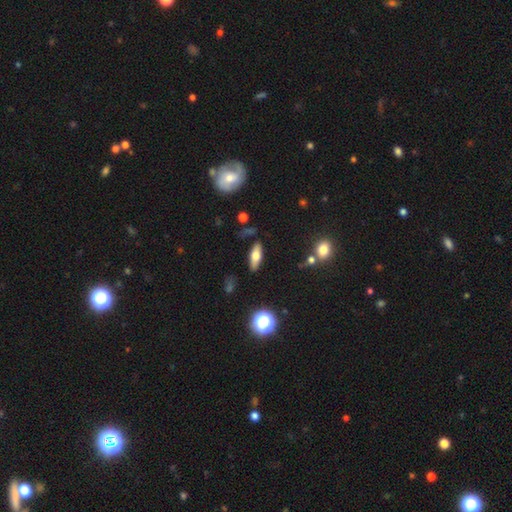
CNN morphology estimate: smooth 60%, featured or disk 32%, star or artifact 9%. Down the decision tree: how rounded — in between (63%); merging — none (84%).